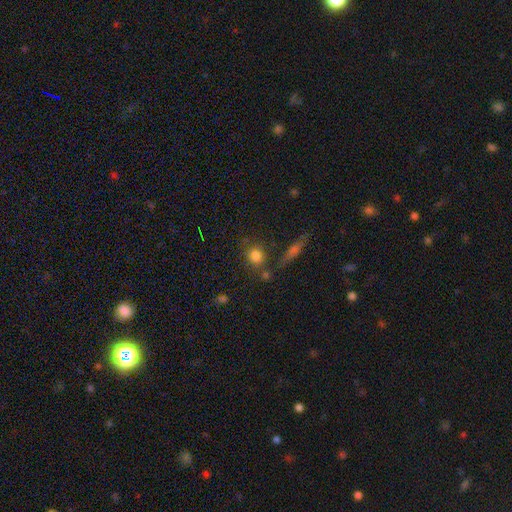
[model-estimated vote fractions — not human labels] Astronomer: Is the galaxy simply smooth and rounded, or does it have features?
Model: smooth — 80%.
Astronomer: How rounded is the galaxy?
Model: round — 79%.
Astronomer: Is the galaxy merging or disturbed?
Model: none — 71%.